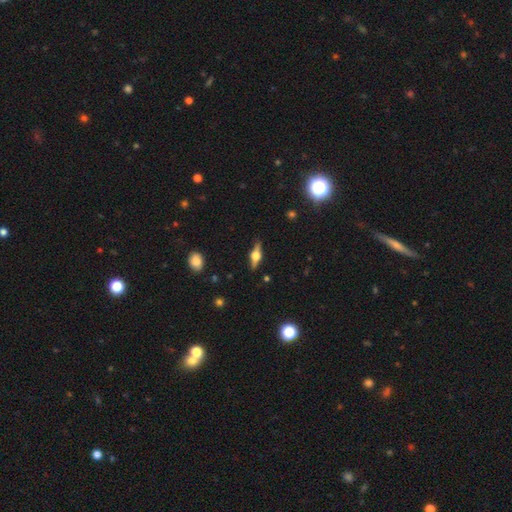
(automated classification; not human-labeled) smooth_or_featured: featured or disk (p=0.75) [alt: smooth p=0.18]
disk_edge_on: yes (p=0.97) [alt: no p=0.03]
edge_on_bulge: rounded (p=0.93) [alt: boxy p=0.05]
merging: none (p=0.88) [alt: minor disturbance p=0.09]